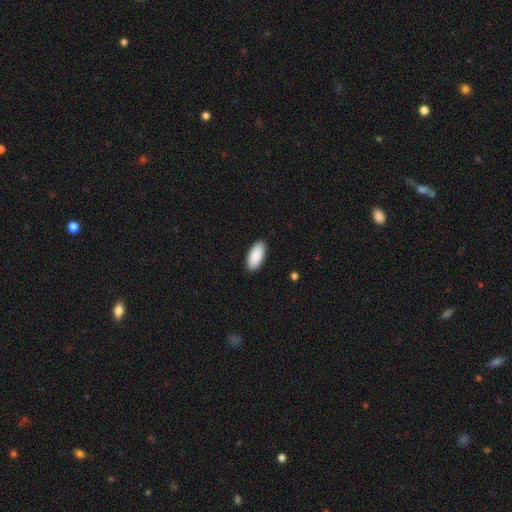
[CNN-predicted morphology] Smooth or featured?
  - smooth: 91% *
  - star or artifact: 5%
  - featured or disk: 4%
How rounded?
  - in between: 92% *
  - cigar-shaped: 6%
  - round: 2%
Merging?
  - none: 90% *
  - minor disturbance: 8%
  - major disturbance: 2%
  - merger: 1%